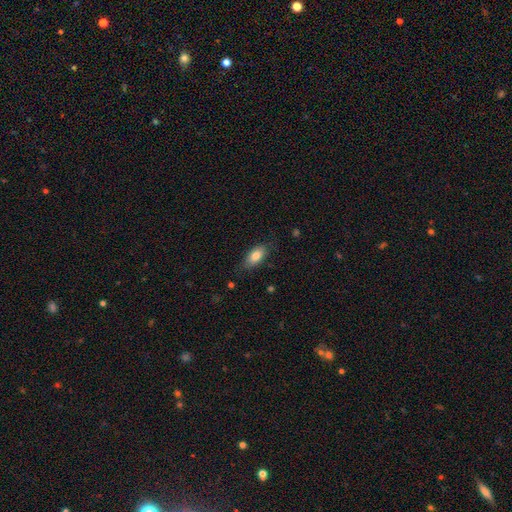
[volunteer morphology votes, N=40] A smooth galaxy with no disk features (80%) that is in between round and cigar-shaped (84%).

Vote fractions:
- Smooth or featured? smooth: 80% / featured or disk: 15% / star or artifact: 5%
- How rounded? in between: 84% / cigar-shaped: 12% / round: 3%
- Merging? none: 89% / minor disturbance: 8% / merger: 3% / major disturbance: 0%